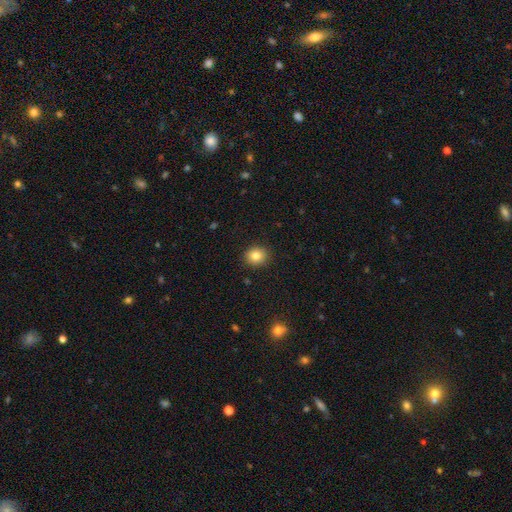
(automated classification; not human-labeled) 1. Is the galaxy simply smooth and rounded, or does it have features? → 83% smooth, 10% star or artifact, 7% featured or disk.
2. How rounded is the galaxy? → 70% round, 29% in between, 1% cigar-shaped.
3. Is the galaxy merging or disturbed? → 90% none, 7% minor disturbance, 2% major disturbance, 1% merger.